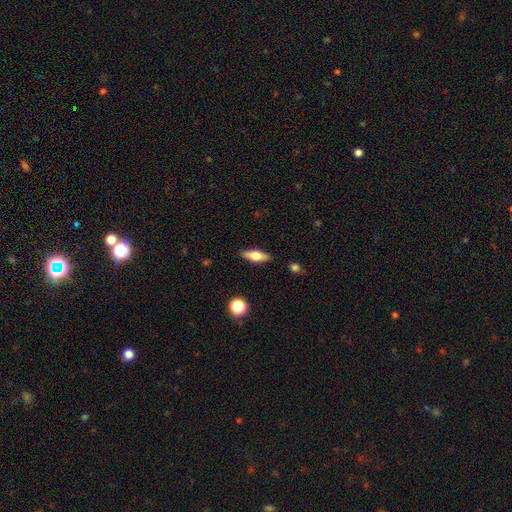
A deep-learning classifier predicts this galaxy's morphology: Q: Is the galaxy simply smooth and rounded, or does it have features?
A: smooth — 52%.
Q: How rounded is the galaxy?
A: in between — 59%.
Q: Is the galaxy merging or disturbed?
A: none — 88%.